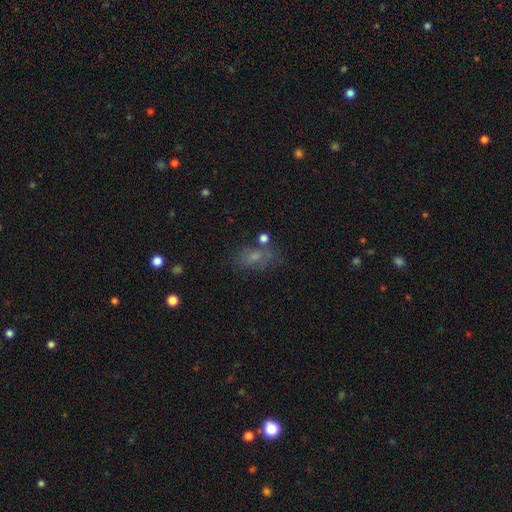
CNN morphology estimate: Smooth or featured: smooth — 55% (featured or disk — 23%)
How rounded: in between — 79% (round — 18%)
Merging: none — 62% (minor disturbance — 20%)